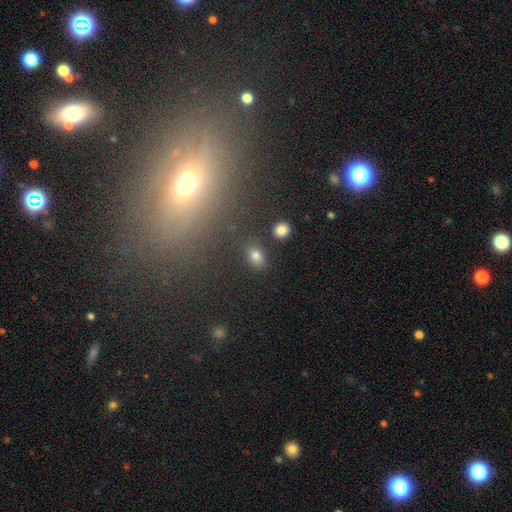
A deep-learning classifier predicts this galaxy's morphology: type=smooth (78%); roundness=in between (72%); merging=none (83%).